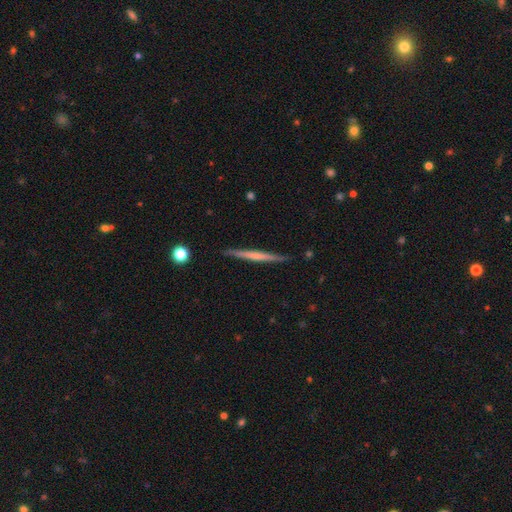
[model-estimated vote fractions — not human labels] Smooth or featured: featured or disk — 55% (smooth — 40%)
Edge-on disk: yes — 98% (no — 2%)
Edge-on bulge: none — 73% (rounded — 20%)
Merging: none — 90% (minor disturbance — 7%)